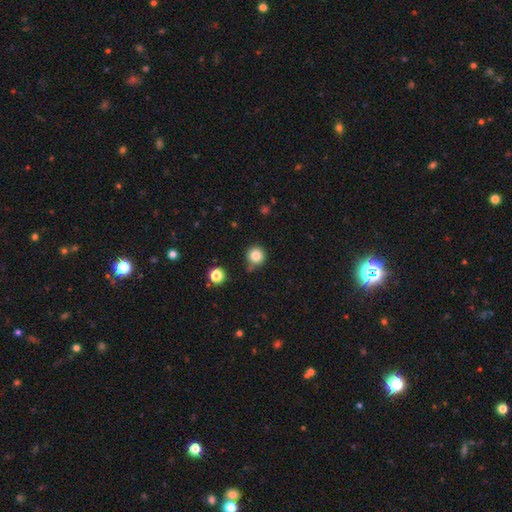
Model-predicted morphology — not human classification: Overall: smooth (83%). How rounded: round (94%). Merging: none (76%).